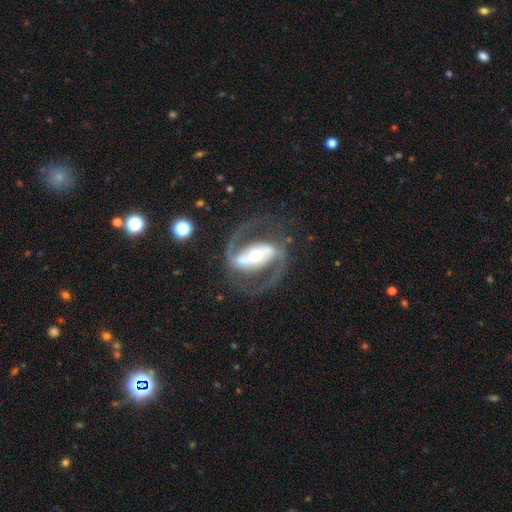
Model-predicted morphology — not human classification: The model was most divided on "bulge size": moderate: 55%, small: 34%, large: 9%, dominant: 2%, none: 1%. More confident: edge-on disk — no (96%); spiral arms — yes (96%); spiral arm count — 2 (93%); smooth or featured — featured or disk (91%); merging — none (77%); bar — strong (62%); spiral winding — medium (61%).